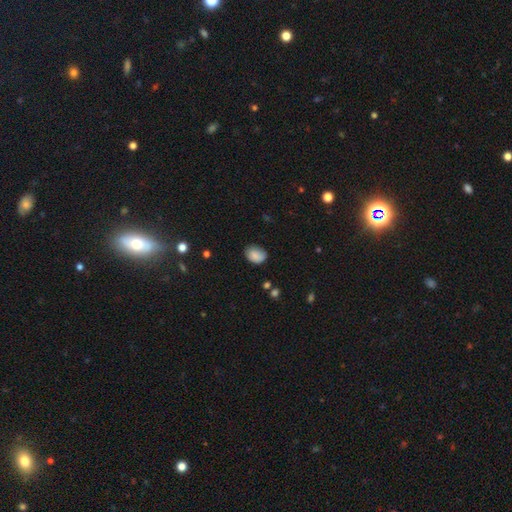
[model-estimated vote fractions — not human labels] Smooth or featured? smooth (84%)
How rounded? in between (71%)
Merging? none (65%)